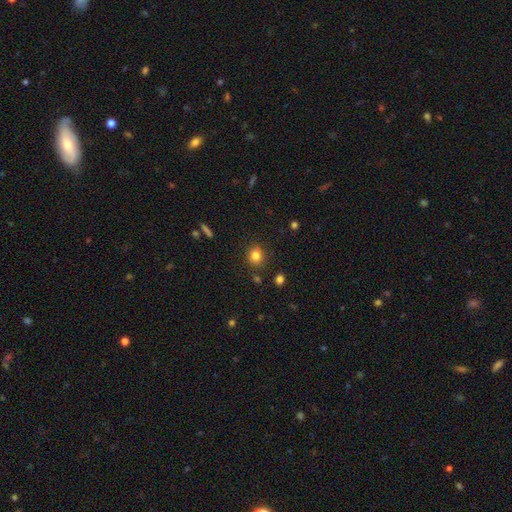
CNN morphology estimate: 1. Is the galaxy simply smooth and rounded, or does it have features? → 82% smooth, 12% star or artifact, 6% featured or disk.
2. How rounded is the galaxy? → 79% round, 20% in between, 1% cigar-shaped.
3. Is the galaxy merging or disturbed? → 86% none, 9% minor disturbance, 3% merger, 3% major disturbance.